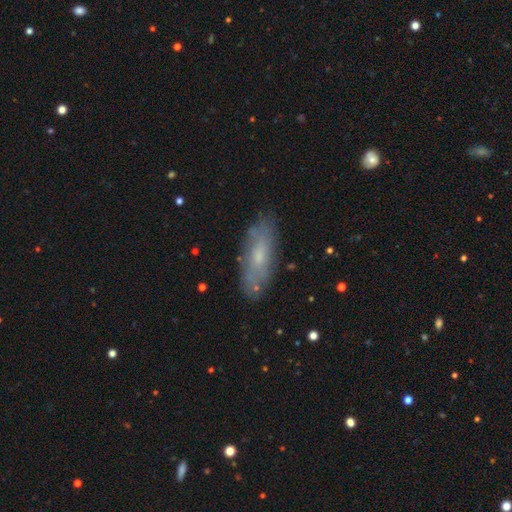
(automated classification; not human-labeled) smooth-or-featured: smooth: 44% | featured or disk: 43% | star or artifact: 12%
  merging: none: 83% | minor disturbance: 12% | major disturbance: 3% | merger: 1%